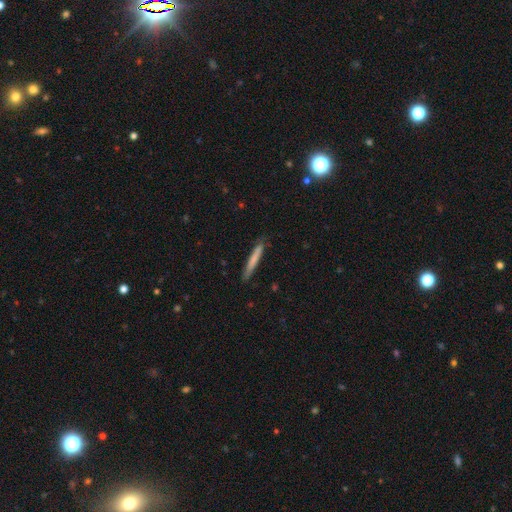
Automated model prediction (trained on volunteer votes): Morphology: type=smooth (67%); roundness=cigar-shaped (96%); merging=none (88%).